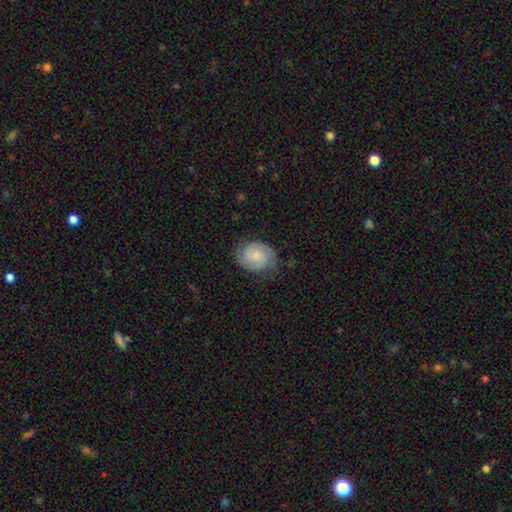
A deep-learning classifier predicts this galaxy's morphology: A featured or disk galaxy (68%) with no bar (71%), 2 (69%) tight (60%) spiral arms (94%) and a small central bulge (64%). Merging: none (72%).